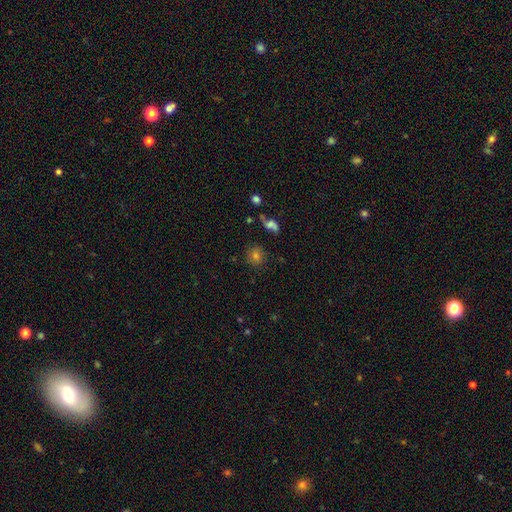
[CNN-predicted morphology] Smooth or featured?
  - smooth: 72% *
  - star or artifact: 19%
  - featured or disk: 9%
How rounded?
  - round: 85% *
  - in between: 14%
  - cigar-shaped: 1%
Merging?
  - none: 83% *
  - minor disturbance: 10%
  - merger: 4%
  - major disturbance: 3%